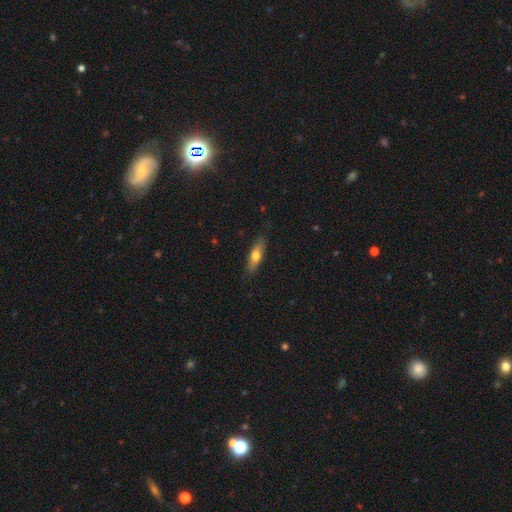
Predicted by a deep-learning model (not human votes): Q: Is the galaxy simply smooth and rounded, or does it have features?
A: smooth — 61%.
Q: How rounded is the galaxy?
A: cigar-shaped — 51%.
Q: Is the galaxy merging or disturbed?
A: none — 85%.